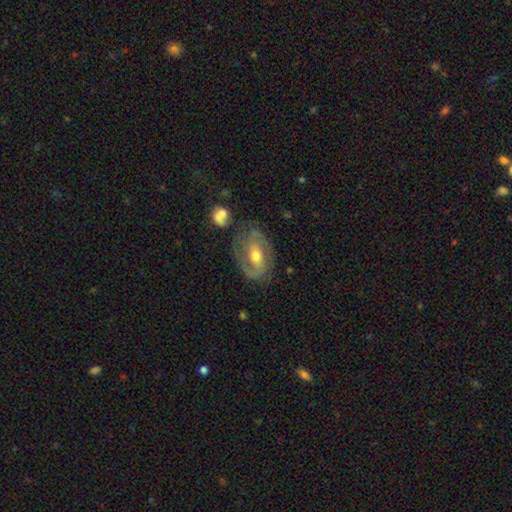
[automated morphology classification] Q: Smooth or featured?
A: featured or disk (79%); runner-up: smooth (15%)
Q: Edge-on disk?
A: no (96%); runner-up: yes (4%)
Q: Bar?
A: weak (42%); runner-up: no (35%)
Q: Spiral arms?
A: yes (86%); runner-up: no (14%)
Q: Spiral winding?
A: medium (45%); runner-up: tight (40%)
Q: Spiral arm count?
A: 2 (81%); runner-up: can't tell (10%)
Q: Bulge size?
A: moderate (72%); runner-up: small (20%)
Q: Merging?
A: none (71%); runner-up: minor disturbance (18%)